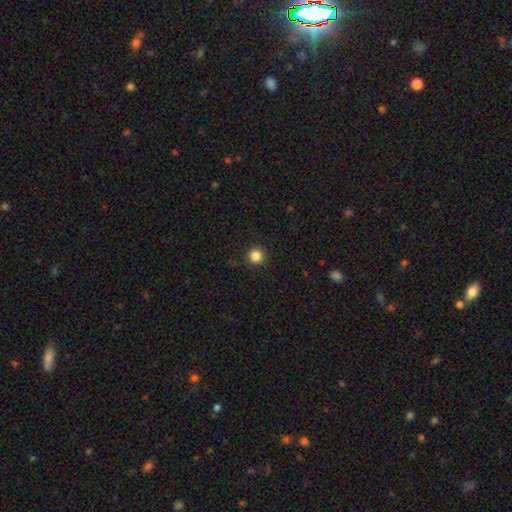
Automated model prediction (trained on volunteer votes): Smooth or featured? smooth (86%)
How rounded? round (96%)
Merging? none (93%)